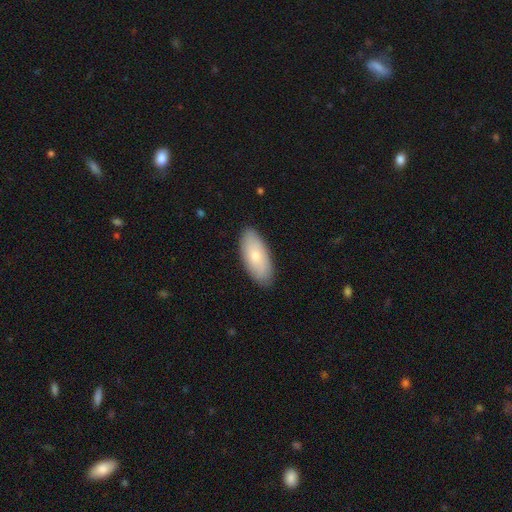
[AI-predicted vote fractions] smooth_or_featured: smooth (p=0.74) [alt: featured or disk p=0.20]
how_rounded: in between (p=0.87) [alt: cigar-shaped p=0.11]
merging: none (p=0.86) [alt: minor disturbance p=0.11]